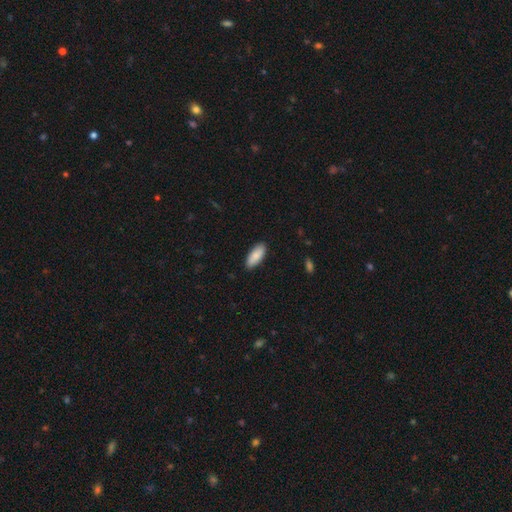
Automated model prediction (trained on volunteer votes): This is clearly a smooth galaxy (87%). How rounded: likely in between (80%). Merging: clearly none (88%).